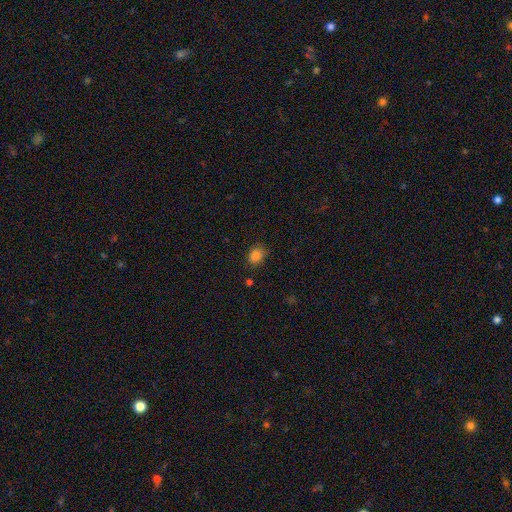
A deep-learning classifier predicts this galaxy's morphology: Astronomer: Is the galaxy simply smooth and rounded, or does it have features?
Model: smooth — 83%.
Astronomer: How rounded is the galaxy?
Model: round — 51% (runner-up: in between, 48%).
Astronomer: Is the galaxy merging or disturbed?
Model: none — 78%.